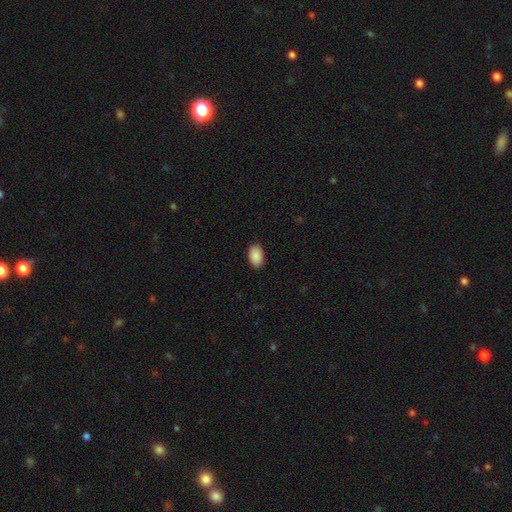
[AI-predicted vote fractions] Smooth or featured? smooth (91%)
How rounded? in between (92%)
Merging? none (89%)